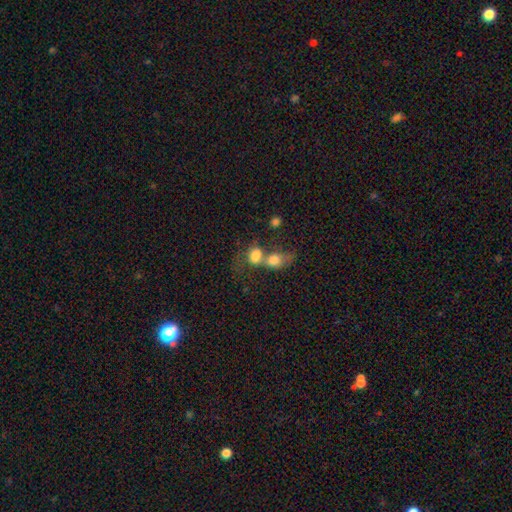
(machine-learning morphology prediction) The model was most divided on "how rounded": in between: 60%, round: 38%, cigar-shaped: 2%. More confident: smooth or featured — smooth (76%); merging — merger (69%).